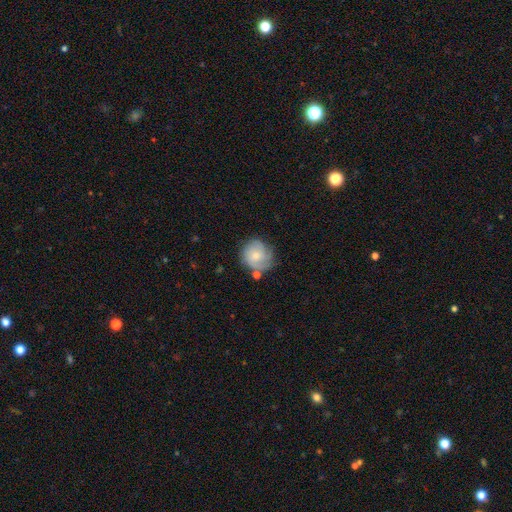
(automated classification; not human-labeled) Smooth or featured?
  - featured or disk: 57% *
  - smooth: 36%
  - star or artifact: 8%
Edge-on disk?
  - no: 98% *
  - yes: 2%
Bar?
  - no: 77% *
  - weak: 20%
  - strong: 2%
Spiral arms?
  - yes: 87% *
  - no: 13%
Bulge size?
  - small: 49% *
  - moderate: 45%
  - none: 3%
  - large: 2%
  - dominant: 1%
Merging?
  - none: 64% *
  - minor disturbance: 22%
  - major disturbance: 8%
  - merger: 6%